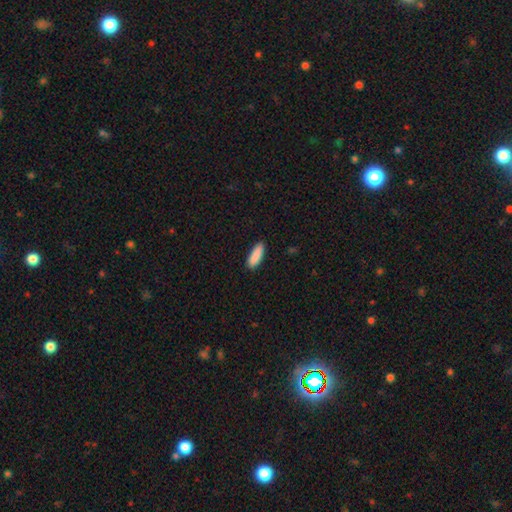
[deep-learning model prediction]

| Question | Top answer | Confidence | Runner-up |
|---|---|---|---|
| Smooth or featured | smooth | 90% | star or artifact (6%) |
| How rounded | in between | 52% | cigar-shaped (46%) |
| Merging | none | 89% | minor disturbance (8%) |